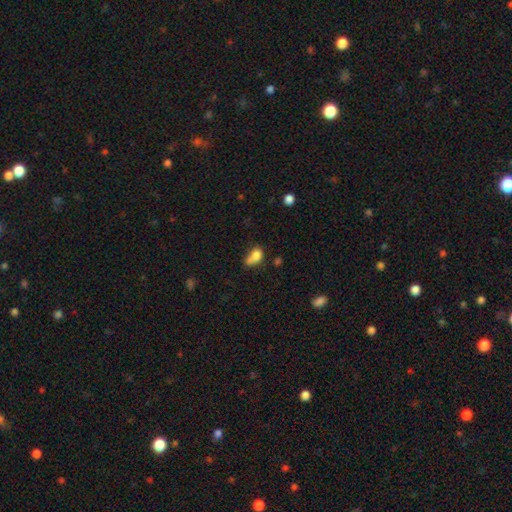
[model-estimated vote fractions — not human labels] smooth-or-featured: smooth: 77% | featured or disk: 12% | star or artifact: 11%
  how-rounded: in between: 71% | round: 25% | cigar-shaped: 3%
  merging: merger: 30% | none: 29% | minor disturbance: 25% | major disturbance: 16%